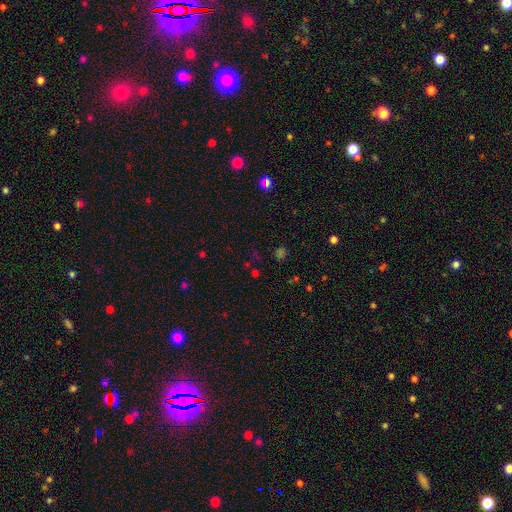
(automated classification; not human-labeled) Morphology: type=star or artifact (55%).